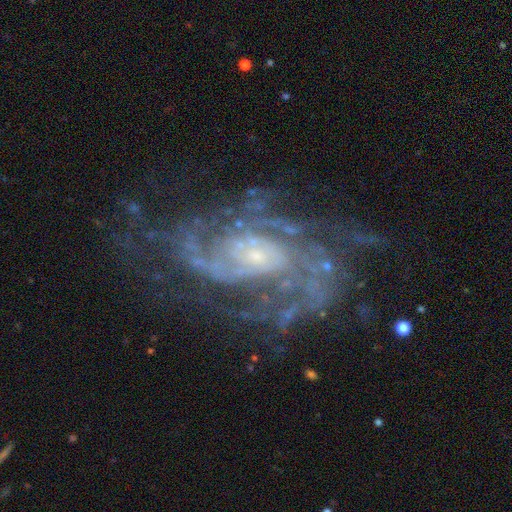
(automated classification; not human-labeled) This appears to be a featured or disk galaxy (89%) with no bar (67%), tight (51%) spiral arms (96%) and a small central bulge (72%). Merging: none (65%).